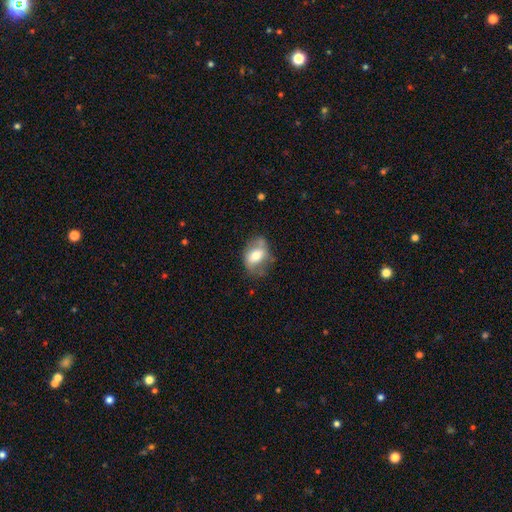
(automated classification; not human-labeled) Smooth or featured? Predicted: smooth (p=0.55). How rounded? Predicted: in between (p=0.75). Merging? Predicted: none (p=0.53).